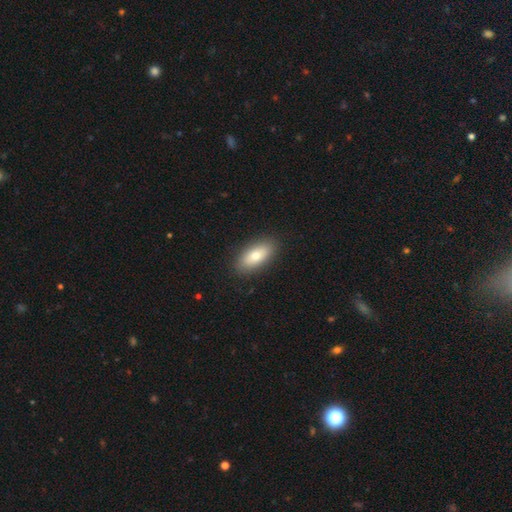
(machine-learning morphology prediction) The model was most divided on "smooth or featured": smooth: 75%, featured or disk: 18%, star or artifact: 7%. More confident: merging — none (88%); how rounded — in between (86%).